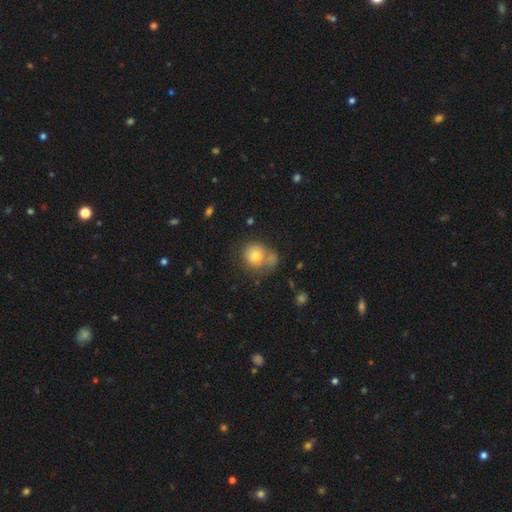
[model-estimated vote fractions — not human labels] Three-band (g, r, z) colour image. It shows a smooth galaxy with no disk features (76%) that is round (78%). Merging: none (45%).